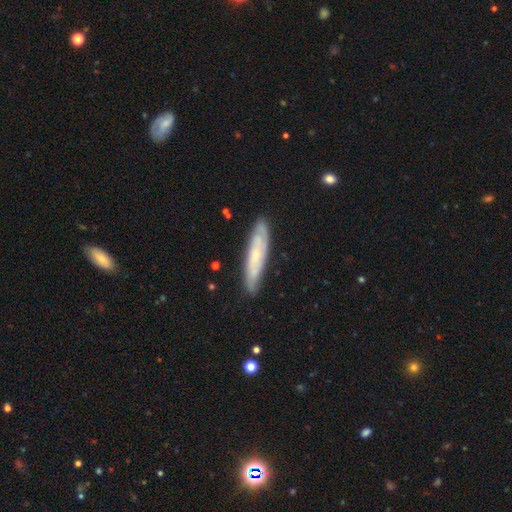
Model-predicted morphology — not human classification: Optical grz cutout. It shows a featured or disk galaxy (58%). Merging: none (84%).